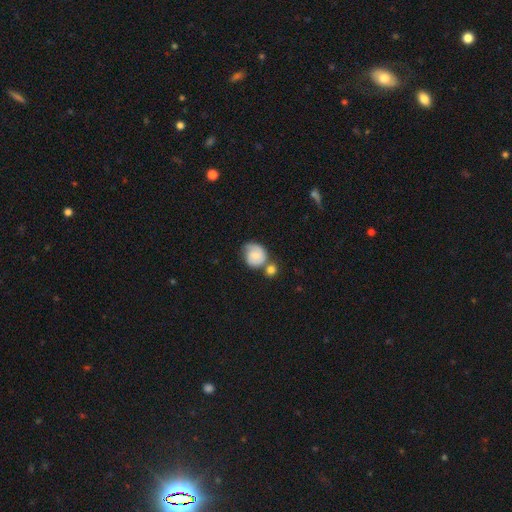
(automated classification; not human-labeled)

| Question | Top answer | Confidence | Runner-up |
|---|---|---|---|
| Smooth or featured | smooth | 52% | featured or disk (40%) |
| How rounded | round | 72% | in between (27%) |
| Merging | none | 40% | merger (29%) |